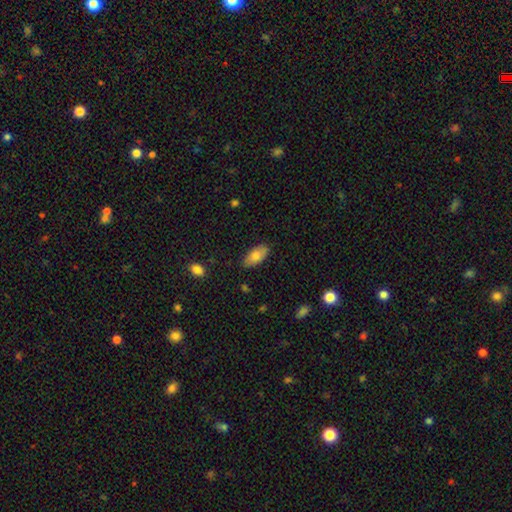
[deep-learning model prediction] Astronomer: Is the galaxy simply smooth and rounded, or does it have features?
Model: smooth — 76%.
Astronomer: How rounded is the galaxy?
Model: in between — 91%.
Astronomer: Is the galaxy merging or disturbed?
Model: none — 85%.